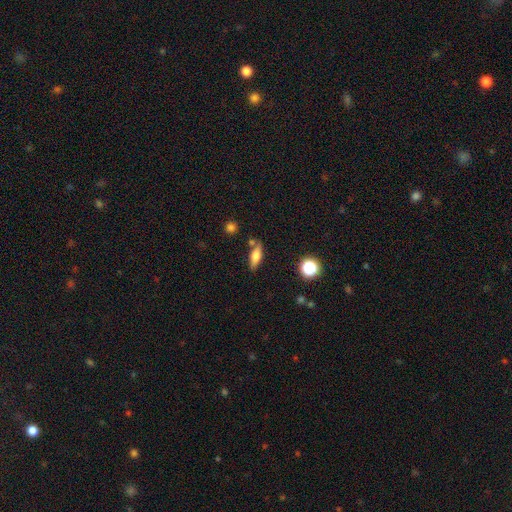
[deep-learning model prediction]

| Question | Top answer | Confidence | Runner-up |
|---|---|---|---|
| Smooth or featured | smooth | 68% | featured or disk (23%) |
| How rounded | in between | 60% | cigar-shaped (36%) |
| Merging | none | 72% | minor disturbance (16%) |